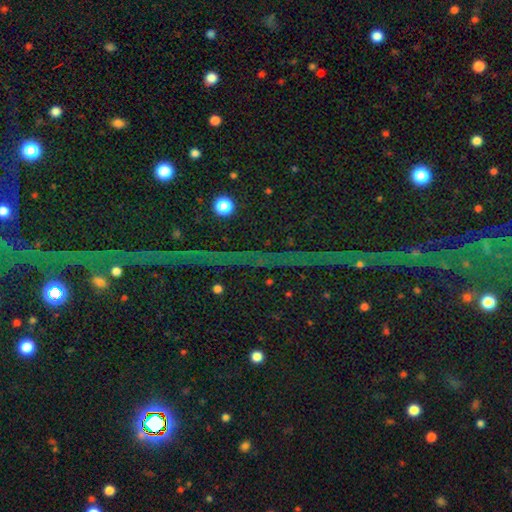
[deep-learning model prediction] Smooth or featured: star or artifact — 83% (featured or disk — 10%)